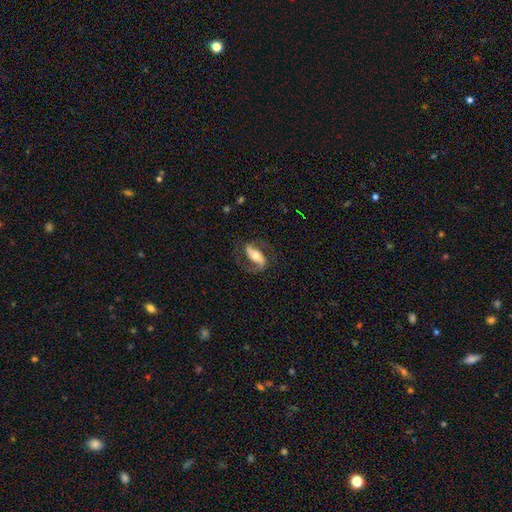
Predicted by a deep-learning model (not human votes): This is likely a featured or disk galaxy (77%). It is clearly not viewed edge-on (90%). Bar: possibly strong (55%). Spiral arm pattern: clearly yes (92%). Spiral arm count: clearly 2 (81%). Spiral winding: marginally medium (43%). Central bulge: likely moderate (62%). Merging: likely none (70%).